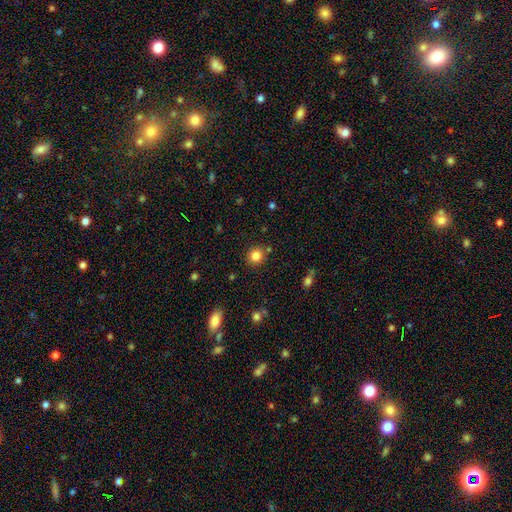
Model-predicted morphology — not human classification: type=smooth (84%); roundness=round (89%); merging=none (87%).